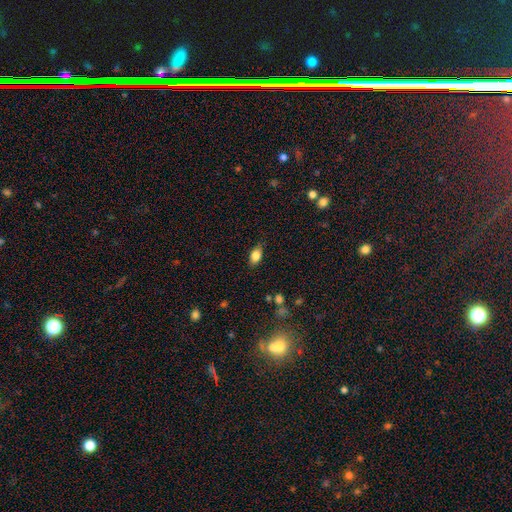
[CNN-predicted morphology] Smooth or featured: smooth — 82% (featured or disk — 9%)
How rounded: in between — 85% (round — 11%)
Merging: none — 80% (minor disturbance — 15%)